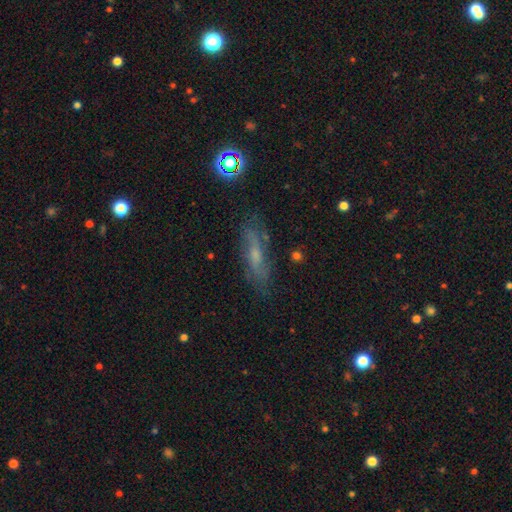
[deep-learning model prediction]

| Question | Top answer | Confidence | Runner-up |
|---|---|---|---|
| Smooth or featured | featured or disk | 55% | smooth (34%) |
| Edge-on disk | no | 69% | yes (31%) |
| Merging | none | 72% | minor disturbance (19%) |